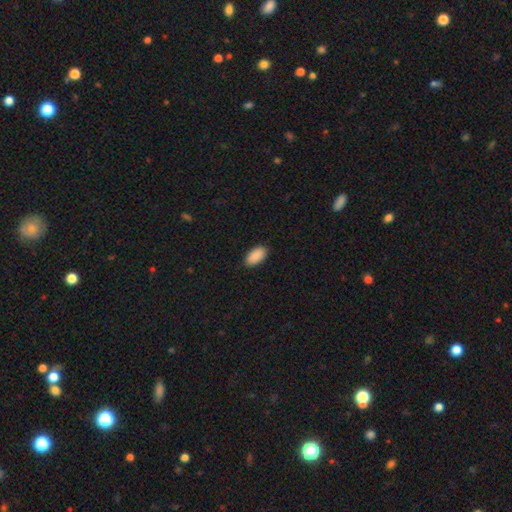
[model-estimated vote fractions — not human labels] This is clearly a smooth galaxy (90%). How rounded: clearly in between (95%). Merging: clearly none (88%).